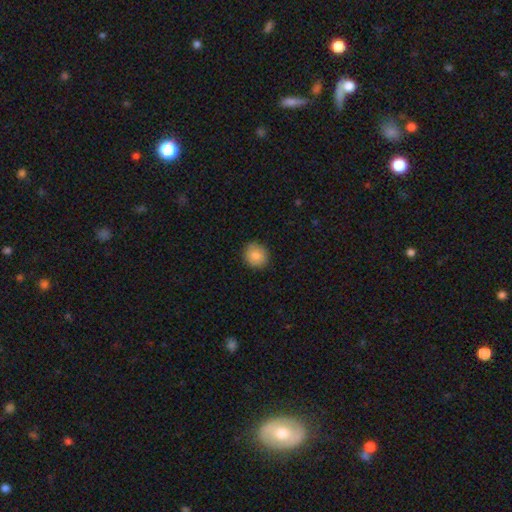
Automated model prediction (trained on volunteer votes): smooth-or-featured: smooth: 85% | star or artifact: 8% | featured or disk: 7%
  how-rounded: round: 85% | in between: 14% | cigar-shaped: 1%
  merging: none: 87% | minor disturbance: 10% | major disturbance: 2% | merger: 1%